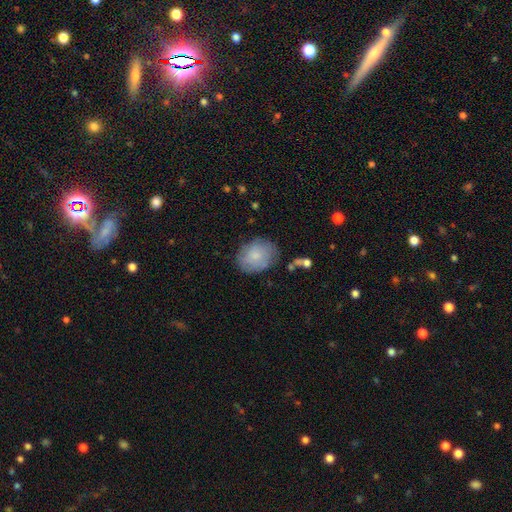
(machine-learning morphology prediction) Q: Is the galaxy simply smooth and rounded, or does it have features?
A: smooth — 72%.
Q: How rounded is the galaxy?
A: in between — 59%.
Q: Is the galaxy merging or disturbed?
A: none — 70%.